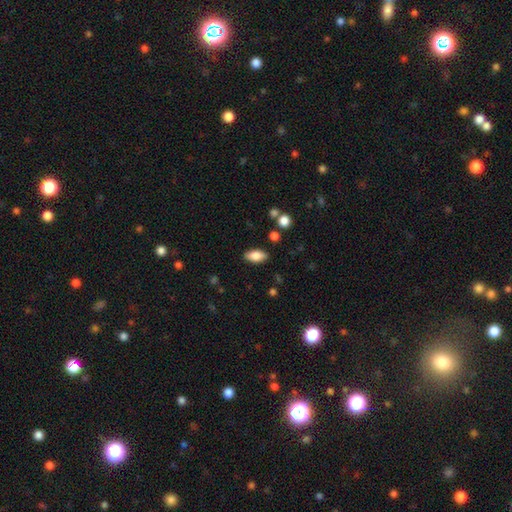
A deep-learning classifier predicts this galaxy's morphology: smooth_or_featured: smooth (p=0.83) [alt: featured or disk p=0.10]
how_rounded: in between (p=0.90) [alt: cigar-shaped p=0.07]
merging: none (p=0.86) [alt: minor disturbance p=0.10]